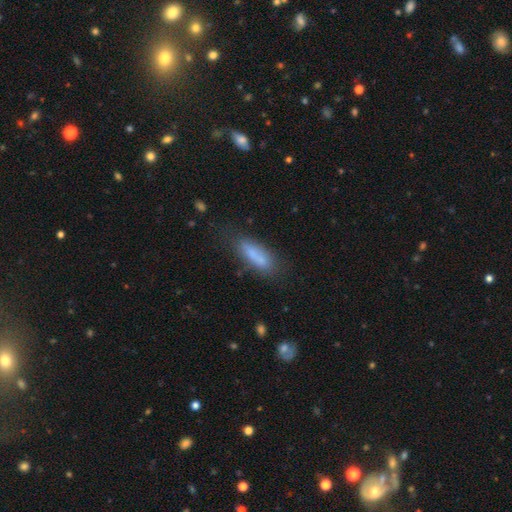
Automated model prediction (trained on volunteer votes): Smooth or featured? smooth (77%)
How rounded? in between (51%)
Merging? none (66%)